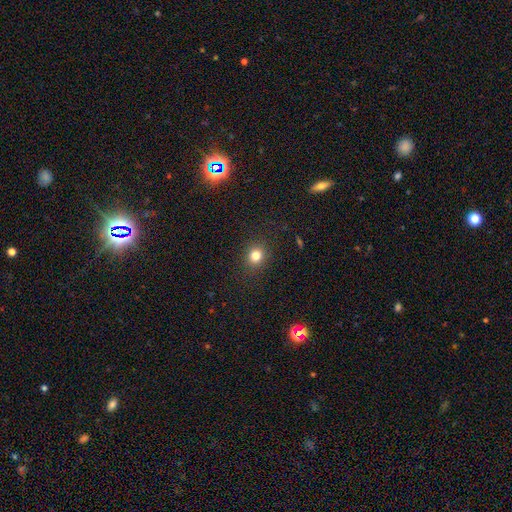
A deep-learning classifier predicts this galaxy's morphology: The model was most divided on "how rounded": round: 78%, in between: 21%, cigar-shaped: 1%. More confident: merging — none (89%); smooth or featured — smooth (81%).